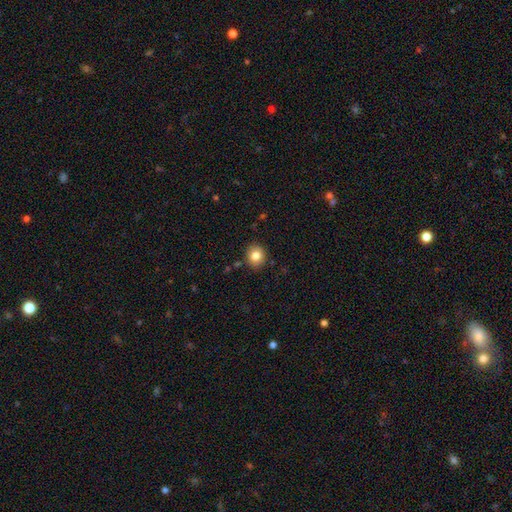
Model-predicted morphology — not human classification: Smooth or featured: smooth — 81% (star or artifact — 10%)
How rounded: round — 76% (in between — 23%)
Merging: none — 88% (minor disturbance — 9%)